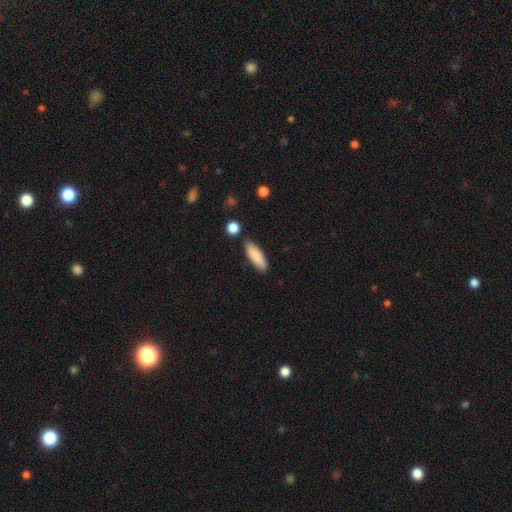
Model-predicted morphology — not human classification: smooth 87%, featured or disk 7%, star or artifact 6%. Down the decision tree: how rounded — in between (56%); merging — none (81%).